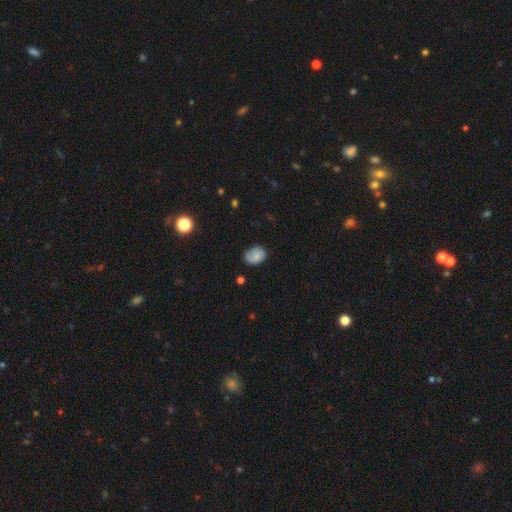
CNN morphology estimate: This appears to be a smooth galaxy with no disk features (75%) that is in between round and cigar-shaped (75%). Merging: none (62%).